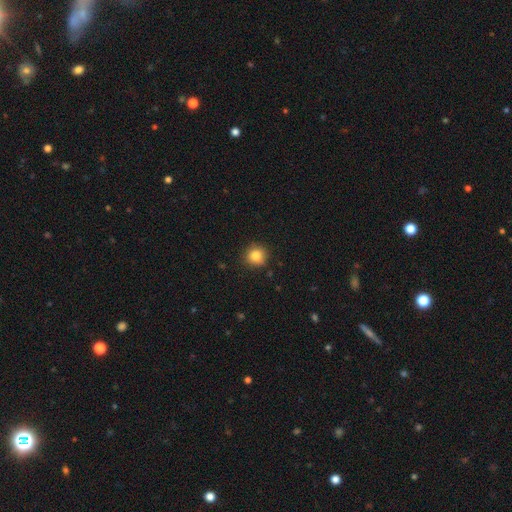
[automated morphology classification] Smooth or featured? smooth (83%)
How rounded? round (91%)
Merging? none (86%)